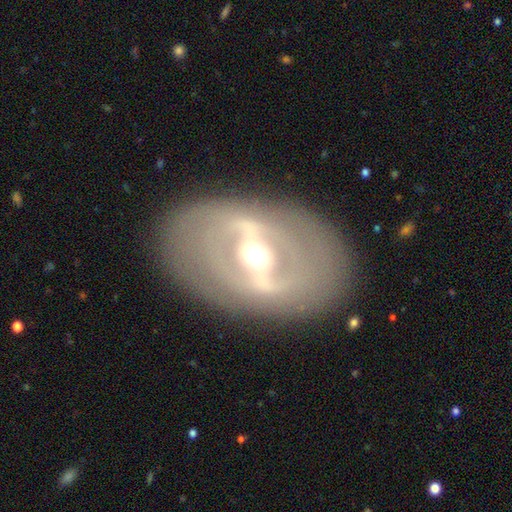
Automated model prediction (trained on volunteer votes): smooth_or_featured: featured or disk (p=0.80) [alt: smooth p=0.14]
disk_edge_on: no (p=0.89) [alt: yes p=0.11]
bar: strong (p=0.63) [alt: weak p=0.26]
has_spiral_arms: no (p=0.52) [alt: yes p=0.48]
bulge_size: moderate (p=0.64) [alt: small p=0.26]
merging: none (p=0.81) [alt: minor disturbance p=0.12]